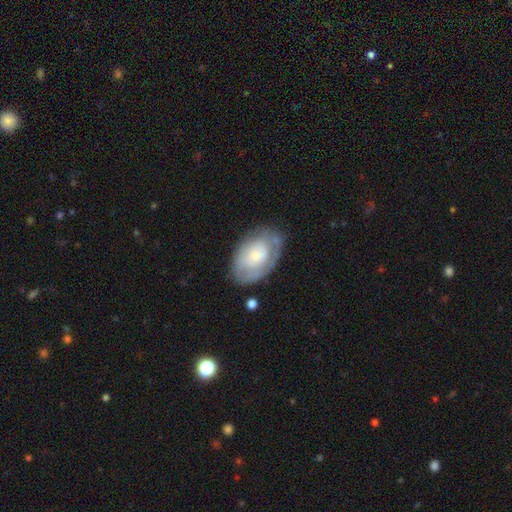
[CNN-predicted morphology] Smooth or featured: featured or disk — 48% (smooth — 46%)
Merging: none — 62% (minor disturbance — 25%)